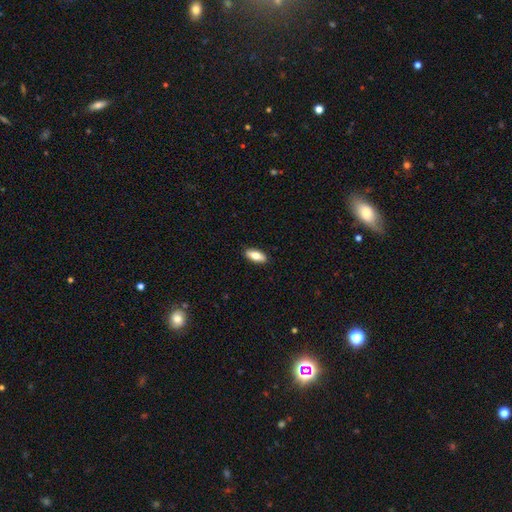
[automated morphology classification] smooth_or_featured: smooth (p=0.77) [alt: featured or disk p=0.17]
how_rounded: in between (p=0.78) [alt: cigar-shaped p=0.19]
merging: none (p=0.89) [alt: minor disturbance p=0.08]